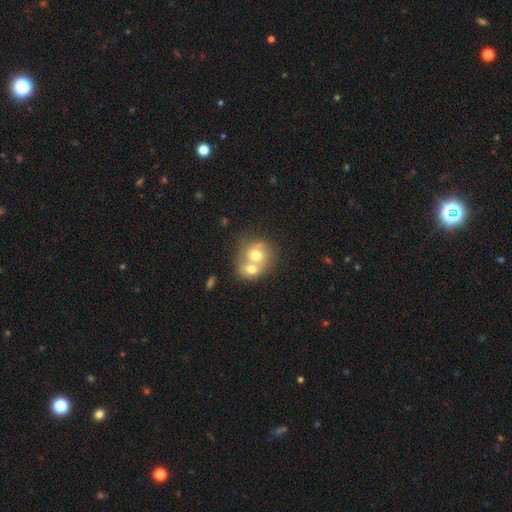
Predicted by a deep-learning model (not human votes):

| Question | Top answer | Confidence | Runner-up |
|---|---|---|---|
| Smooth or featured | smooth | 62% | featured or disk (30%) |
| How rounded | round | 69% | in between (30%) |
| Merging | merger | 73% | none (18%) |